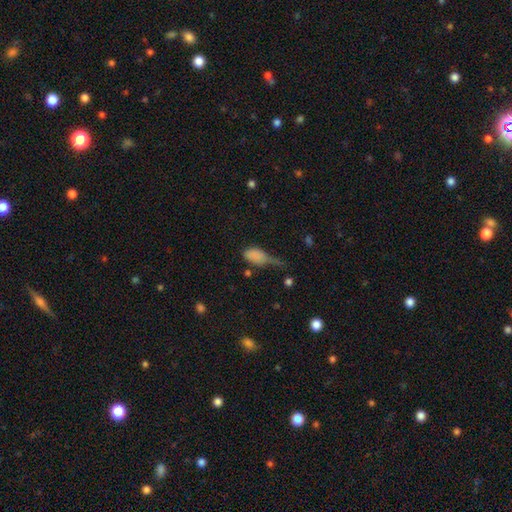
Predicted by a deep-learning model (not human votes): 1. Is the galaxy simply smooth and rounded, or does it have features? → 77% smooth, 12% featured or disk, 11% star or artifact.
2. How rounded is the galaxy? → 87% in between, 8% round, 6% cigar-shaped.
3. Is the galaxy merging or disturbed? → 41% major disturbance, 33% minor disturbance, 19% none, 7% merger.